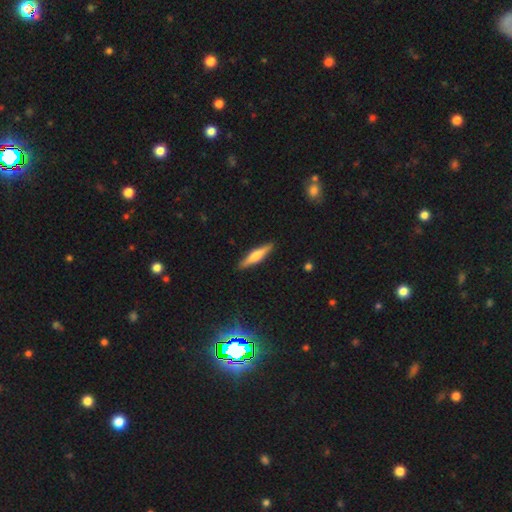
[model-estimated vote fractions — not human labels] Smooth or featured? featured or disk (49%)
Merging? none (90%)